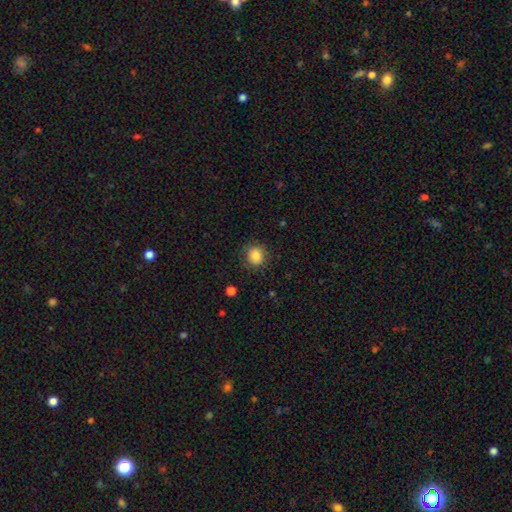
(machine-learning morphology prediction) This appears to be a smooth galaxy with no disk features (85%) that is round (83%). Merging: none (84%).